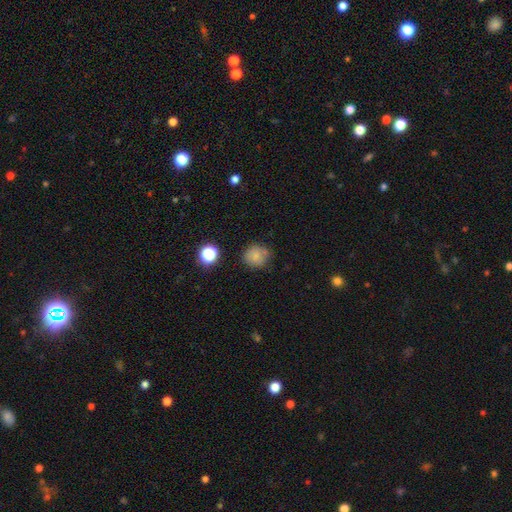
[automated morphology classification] type=smooth (78%); roundness=round (88%); merging=none (76%).